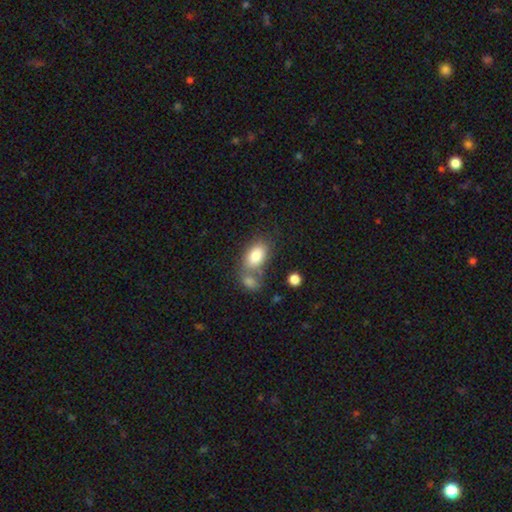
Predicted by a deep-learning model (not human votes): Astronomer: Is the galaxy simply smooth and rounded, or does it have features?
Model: smooth — 82%.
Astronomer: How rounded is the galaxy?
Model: in between — 90%.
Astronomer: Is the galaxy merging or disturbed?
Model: none — 44% (runner-up: merger, 36%).